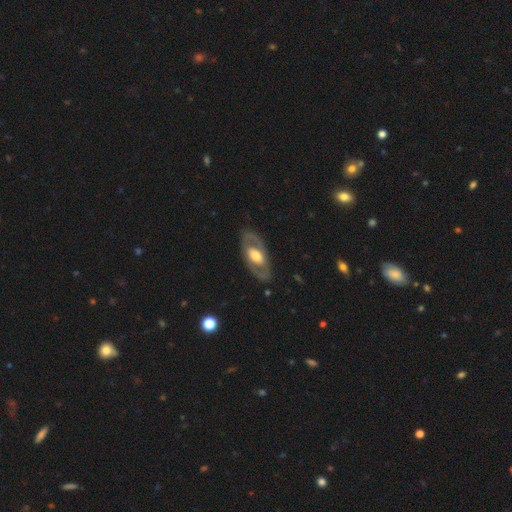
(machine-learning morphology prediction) The model was most divided on "spiral arms": no: 64%, yes: 36%. More confident: edge-on disk — no (87%); merging — none (82%); smooth or featured — featured or disk (65%); bulge size — moderate (58%); bar — no (58%).